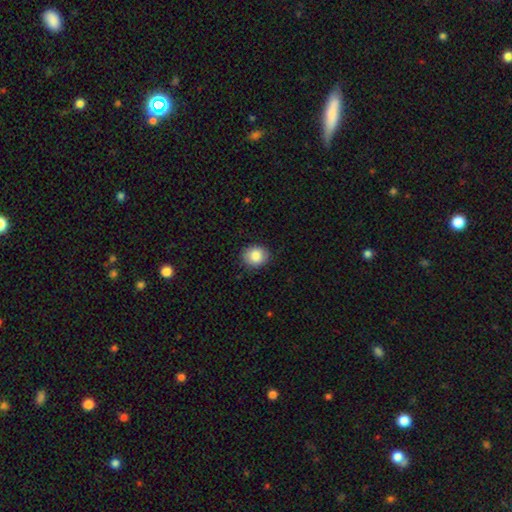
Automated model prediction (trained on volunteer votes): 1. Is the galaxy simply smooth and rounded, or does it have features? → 86% smooth, 8% star or artifact, 6% featured or disk.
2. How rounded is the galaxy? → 64% round, 35% in between, 1% cigar-shaped.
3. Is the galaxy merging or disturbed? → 86% none, 11% minor disturbance, 2% major disturbance, 1% merger.